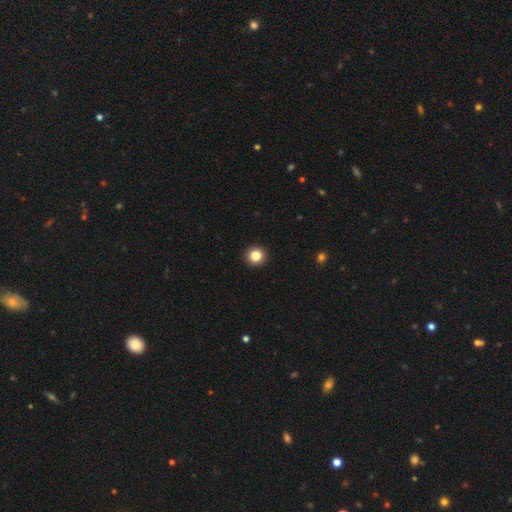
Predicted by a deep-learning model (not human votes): Overall: smooth (84%). How rounded: round (94%). Merging: none (94%).